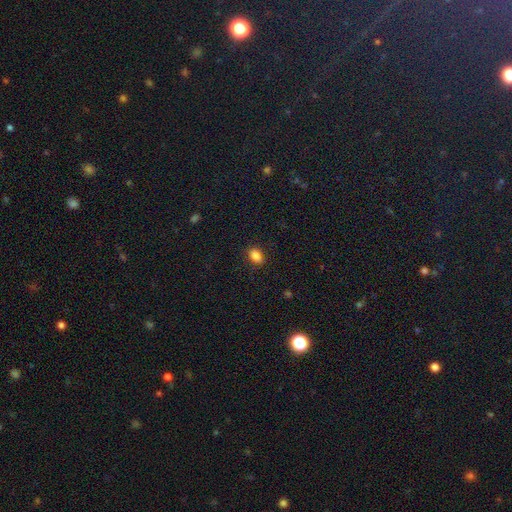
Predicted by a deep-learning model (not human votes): Smooth or featured? smooth (86%)
How rounded? in between (83%)
Merging? none (87%)